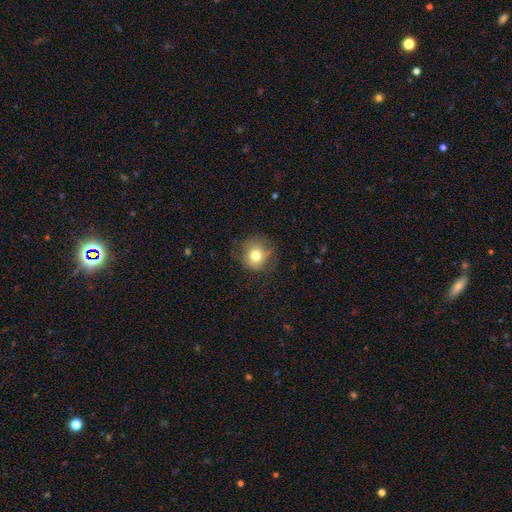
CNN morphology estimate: smooth-or-featured: smooth: 75% | featured or disk: 14% | star or artifact: 11%
  how-rounded: round: 87% | in between: 12% | cigar-shaped: 1%
  merging: none: 71% | minor disturbance: 20% | major disturbance: 8% | merger: 1%